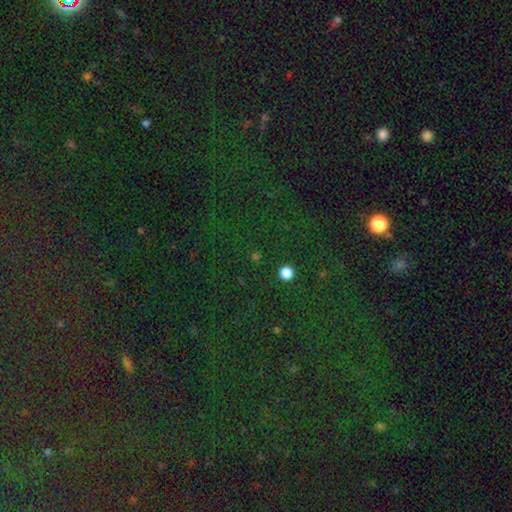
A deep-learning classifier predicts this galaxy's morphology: Smooth or featured? Predicted: star or artifact (p=0.78).